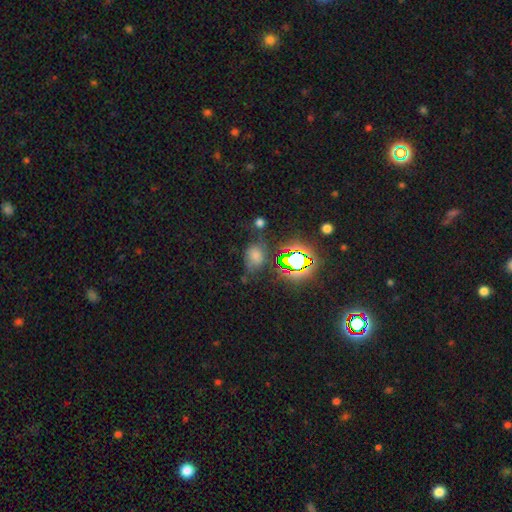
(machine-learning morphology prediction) A smooth galaxy with no disk features (57%) that is in between round and cigar-shaped (62%).

Vote fractions:
- Smooth or featured? smooth: 57% / star or artifact: 33% / featured or disk: 11%
- How rounded? in between: 62% / round: 36% / cigar-shaped: 2%
- Merging? none: 58% / minor disturbance: 24% / major disturbance: 11% / merger: 7%